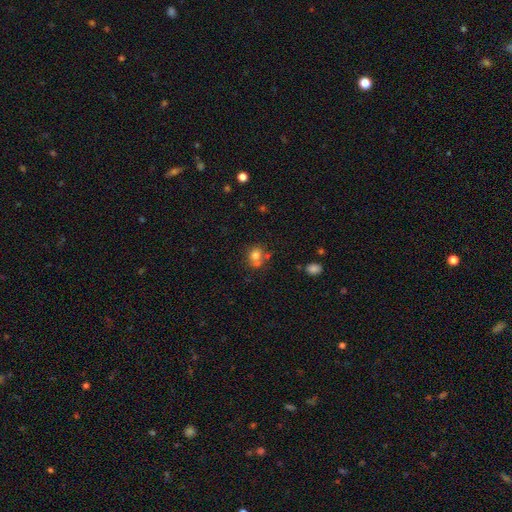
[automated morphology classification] A smooth galaxy with no disk features (76%) that is round (72%). Merging: none (52%).